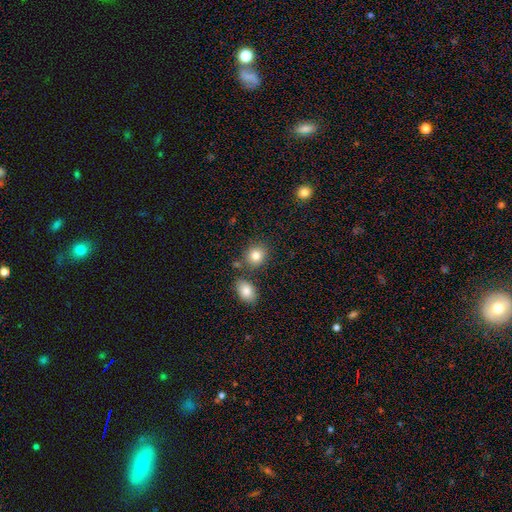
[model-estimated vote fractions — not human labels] This is clearly a smooth galaxy (83%). How rounded: likely round (71%). Merging: likely none (75%).